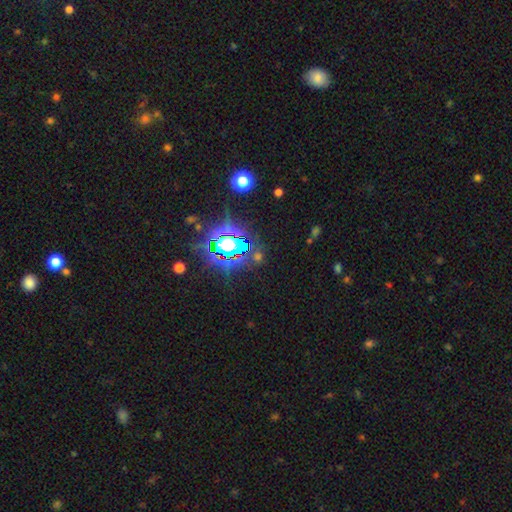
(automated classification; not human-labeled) This appears to be a star or artifact, not a galaxy (77%).